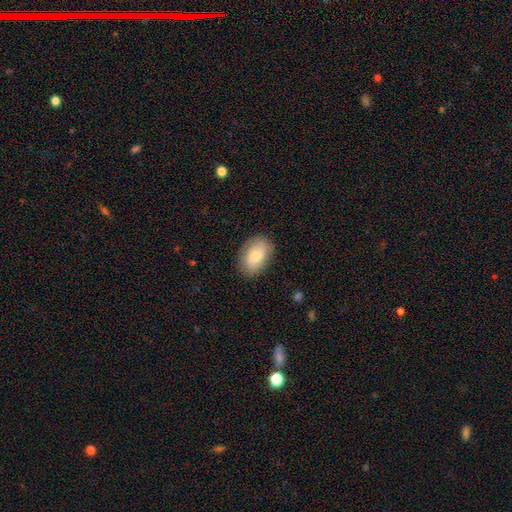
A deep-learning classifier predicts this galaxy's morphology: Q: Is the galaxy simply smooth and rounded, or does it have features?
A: smooth — 67%.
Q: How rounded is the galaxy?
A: in between — 82%.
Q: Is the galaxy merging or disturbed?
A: none — 83%.